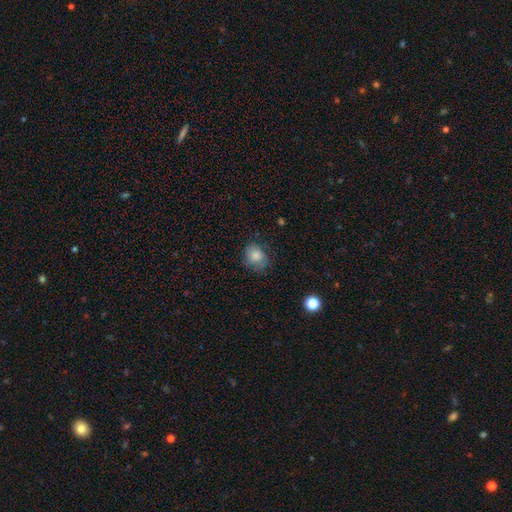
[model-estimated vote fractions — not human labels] Smooth or featured?
  - smooth: 79% *
  - featured or disk: 11%
  - star or artifact: 9%
How rounded?
  - round: 59% *
  - in between: 40%
  - cigar-shaped: 1%
Merging?
  - none: 64% *
  - minor disturbance: 26%
  - major disturbance: 8%
  - merger: 1%